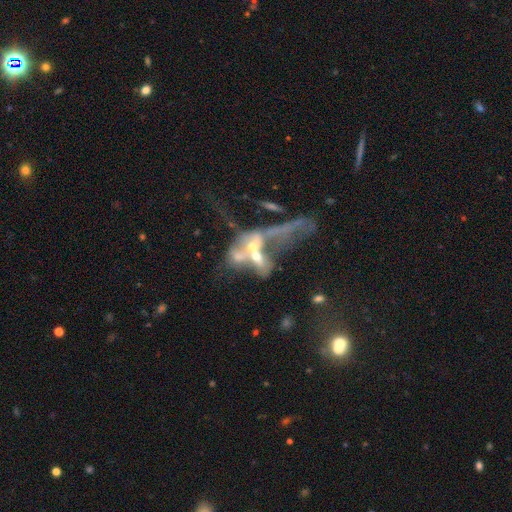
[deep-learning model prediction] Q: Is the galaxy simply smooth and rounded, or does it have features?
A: featured or disk — 57%.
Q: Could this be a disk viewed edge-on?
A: no — 90%.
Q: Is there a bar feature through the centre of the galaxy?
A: no — 81%.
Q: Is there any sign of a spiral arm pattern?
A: no — 80%.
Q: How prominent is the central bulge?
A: moderate — 51%.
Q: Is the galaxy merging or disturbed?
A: merger — 71%.